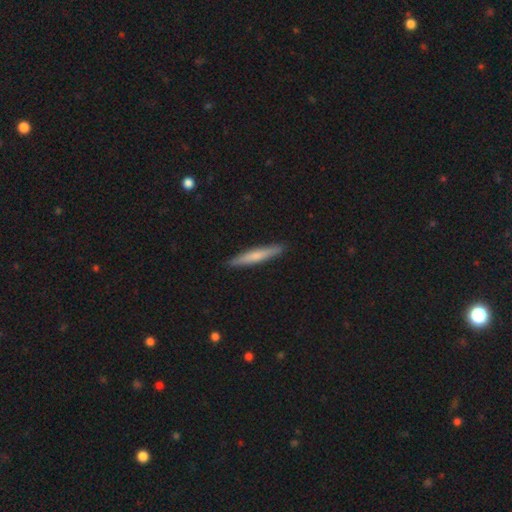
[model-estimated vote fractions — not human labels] Smooth or featured? Predicted: smooth (p=0.64). How rounded? Predicted: cigar-shaped (p=0.94). Merging? Predicted: none (p=0.91).